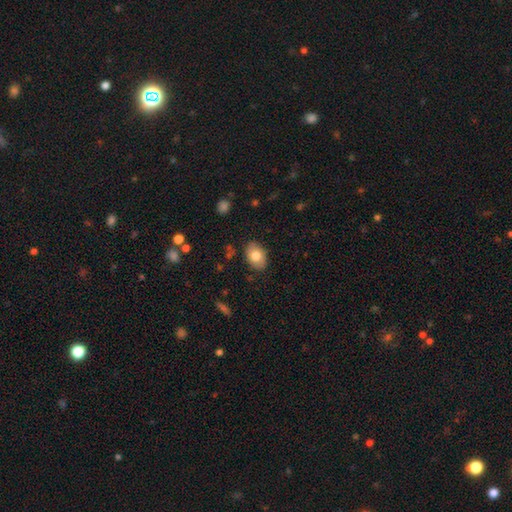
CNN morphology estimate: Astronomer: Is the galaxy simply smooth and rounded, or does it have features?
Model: smooth — 77%.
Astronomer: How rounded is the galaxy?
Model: in between — 85%.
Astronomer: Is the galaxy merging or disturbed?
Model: none — 85%.